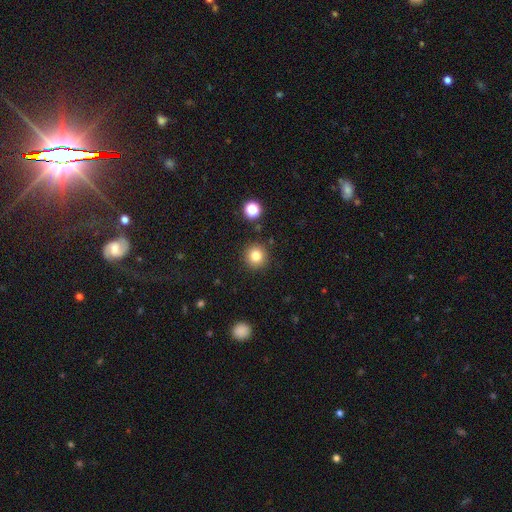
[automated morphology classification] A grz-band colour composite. It shows a smooth galaxy with no disk features (82%) that is round (93%). Merging: none (89%).